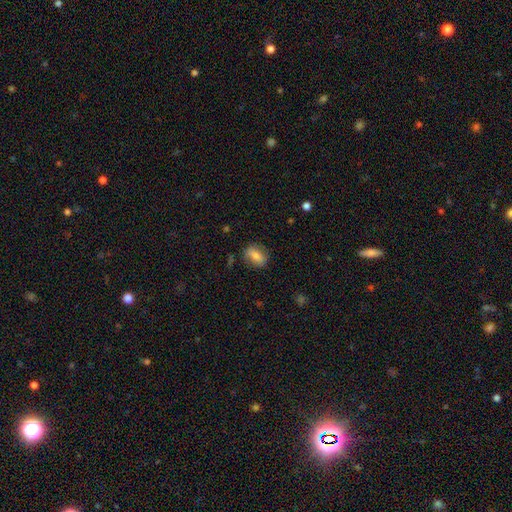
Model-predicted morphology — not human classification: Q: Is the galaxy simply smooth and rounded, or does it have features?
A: smooth — 73%.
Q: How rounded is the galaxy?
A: in between — 72%.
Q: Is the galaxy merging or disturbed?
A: none — 77%.